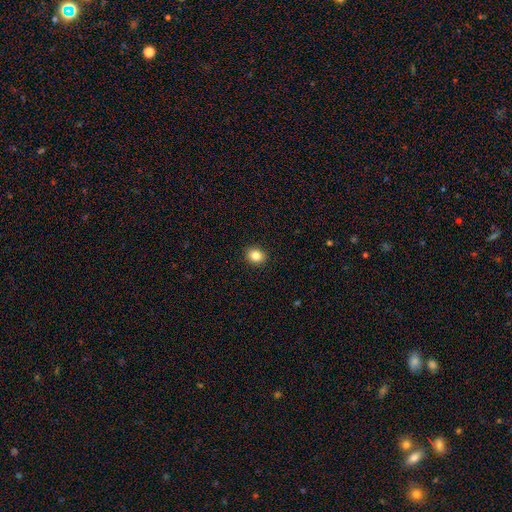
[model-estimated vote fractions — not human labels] Smooth or featured? smooth (85%)
How rounded? round (58%)
Merging? none (91%)